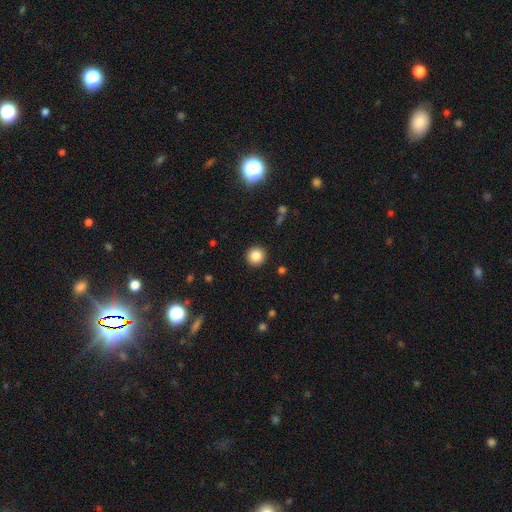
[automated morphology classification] Overall: smooth (84%). How rounded: round (95%). Merging: none (92%).